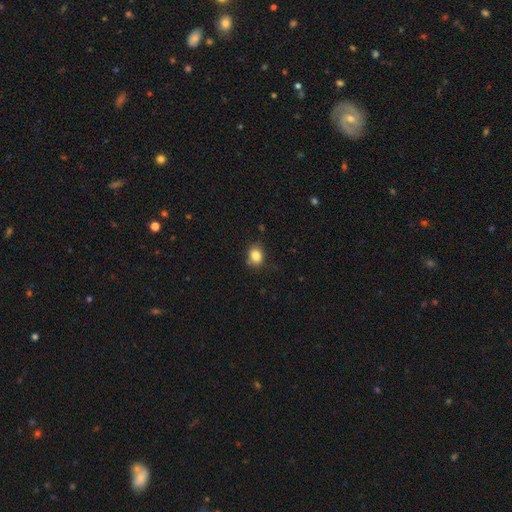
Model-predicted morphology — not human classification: This is clearly a smooth galaxy (84%). How rounded: possibly round (55%). Merging: likely none (76%).